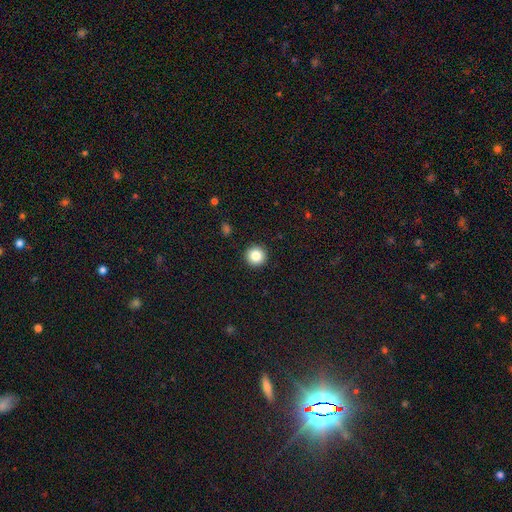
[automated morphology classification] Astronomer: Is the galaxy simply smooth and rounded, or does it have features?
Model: smooth — 84%.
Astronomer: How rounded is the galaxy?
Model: round — 96%.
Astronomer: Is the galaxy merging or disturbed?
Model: none — 93%.